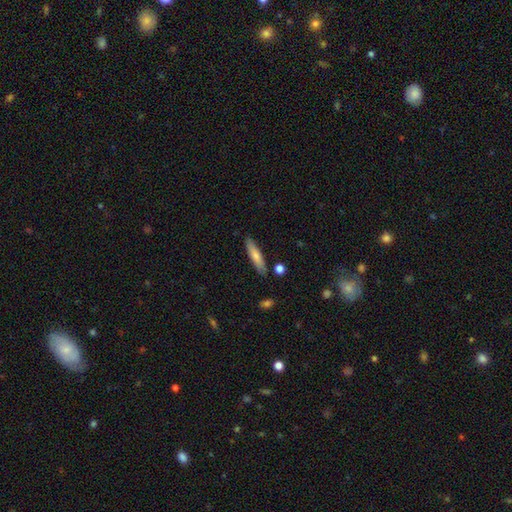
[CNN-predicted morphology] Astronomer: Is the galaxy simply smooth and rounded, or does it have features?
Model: smooth — 71%.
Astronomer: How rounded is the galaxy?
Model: cigar-shaped — 83%.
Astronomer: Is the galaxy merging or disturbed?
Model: none — 86%.